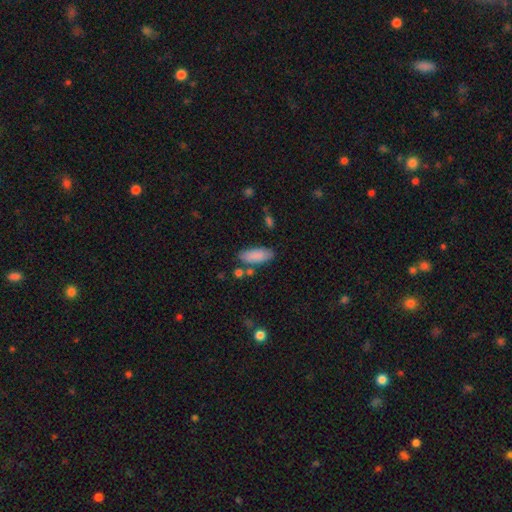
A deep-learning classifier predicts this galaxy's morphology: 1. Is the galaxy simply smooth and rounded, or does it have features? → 86% smooth, 7% featured or disk, 6% star or artifact.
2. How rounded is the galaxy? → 80% in between, 19% cigar-shaped, 2% round.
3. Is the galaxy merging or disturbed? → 75% none, 14% minor disturbance, 7% merger, 4% major disturbance.